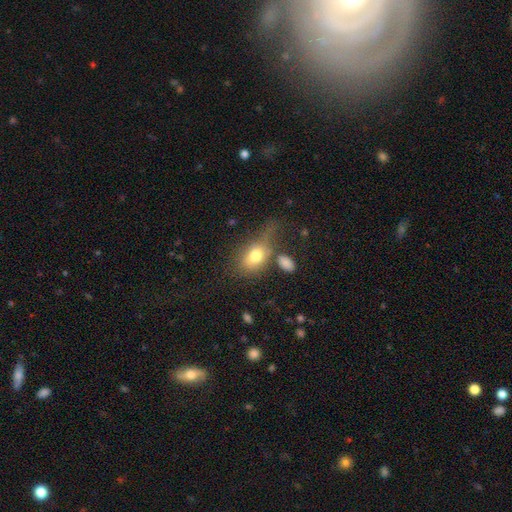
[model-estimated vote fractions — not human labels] Q: Smooth or featured?
A: smooth (74%); runner-up: featured or disk (16%)
Q: How rounded?
A: in between (77%); runner-up: round (20%)
Q: Merging?
A: major disturbance (32%); runner-up: none (30%)